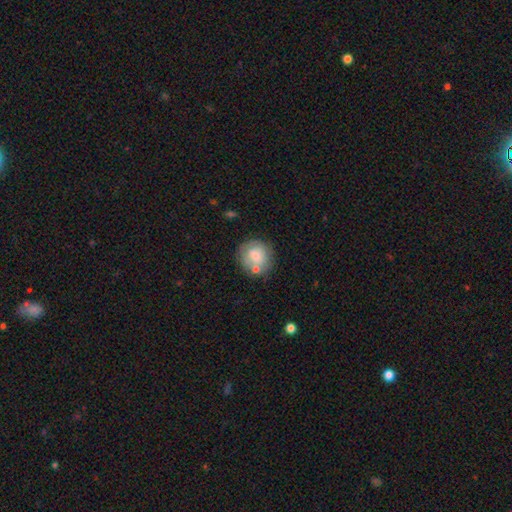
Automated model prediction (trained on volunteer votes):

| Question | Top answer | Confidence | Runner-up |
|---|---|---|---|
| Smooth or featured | smooth | 71% | featured or disk (21%) |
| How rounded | round | 85% | in between (14%) |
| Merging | none | 63% | minor disturbance (17%) |